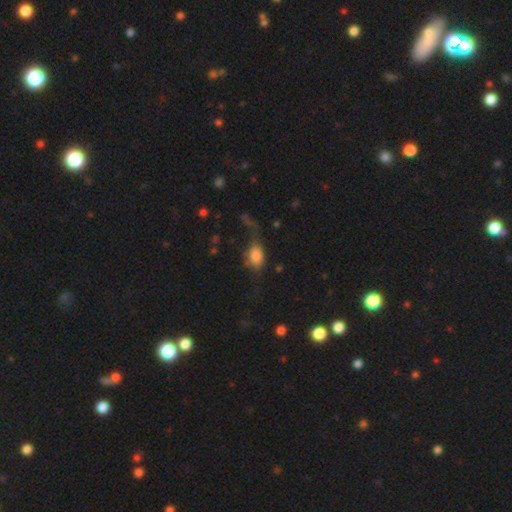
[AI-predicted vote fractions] smooth_or_featured: smooth (p=0.77) [alt: featured or disk p=0.14]
how_rounded: in between (p=0.82) [alt: round p=0.14]
merging: major disturbance (p=0.38) [alt: none p=0.32]